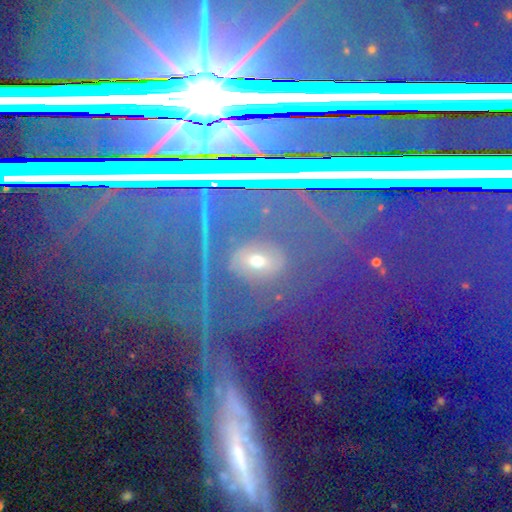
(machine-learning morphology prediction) This is likely a star or artifact rather than a galaxy (67%).